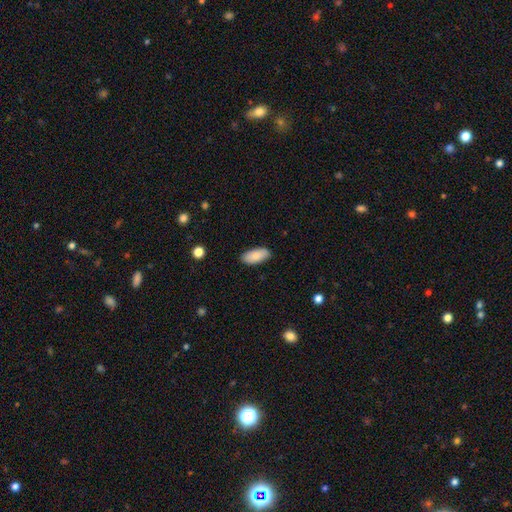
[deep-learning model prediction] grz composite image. It shows a smooth galaxy with no disk features (85%) that is in between round and cigar-shaped (90%). Merging: none (87%).